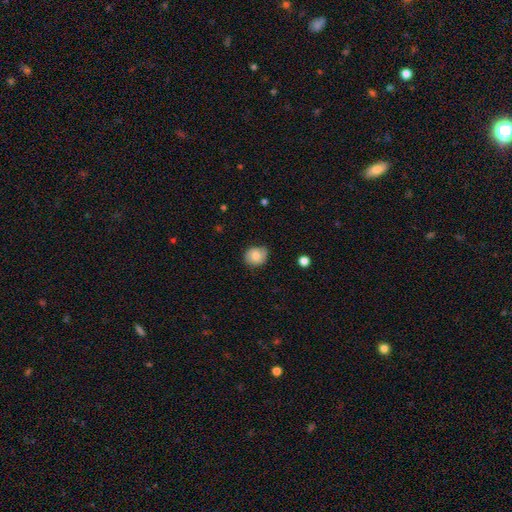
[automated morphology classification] This is likely a smooth galaxy (77%). How rounded: likely round (68%). Merging: likely none (75%).